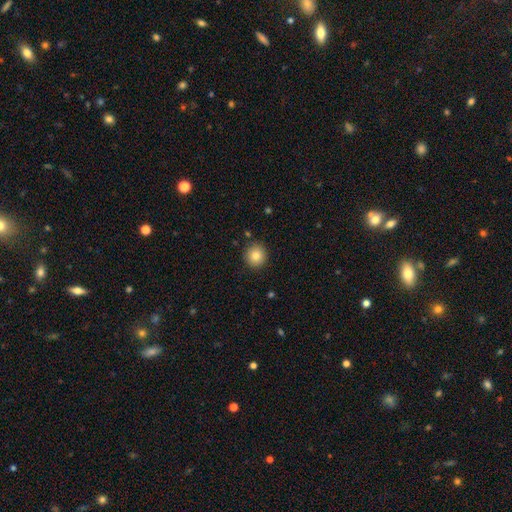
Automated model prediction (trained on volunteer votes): Smooth or featured? Predicted: smooth (p=0.83). How rounded? Predicted: round (p=0.93). Merging? Predicted: none (p=0.90).